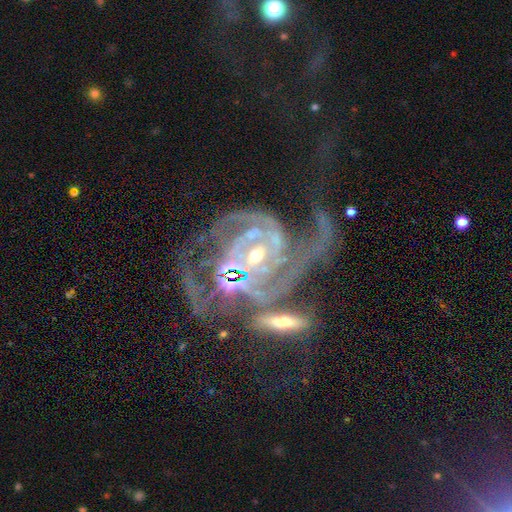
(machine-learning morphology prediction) A featured or disk galaxy (88%) with no bar (37%), 2 (52%) tight (44%) spiral arms (95%) and a small central bulge (52%). Merging: none (30%).